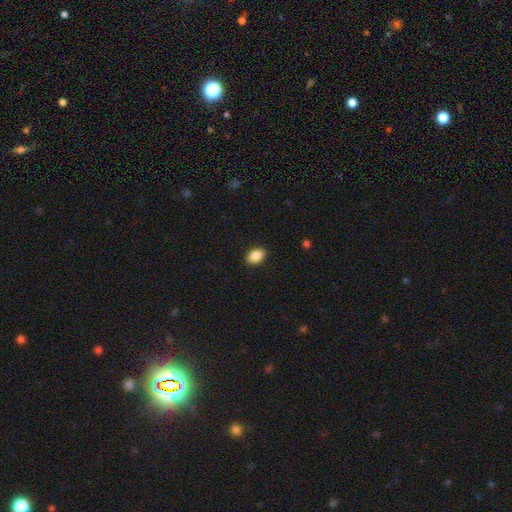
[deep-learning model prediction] Smooth or featured?
  - smooth: 86% *
  - star or artifact: 8%
  - featured or disk: 6%
How rounded?
  - in between: 88% *
  - round: 10%
  - cigar-shaped: 2%
Merging?
  - none: 88% *
  - minor disturbance: 9%
  - major disturbance: 2%
  - merger: 1%